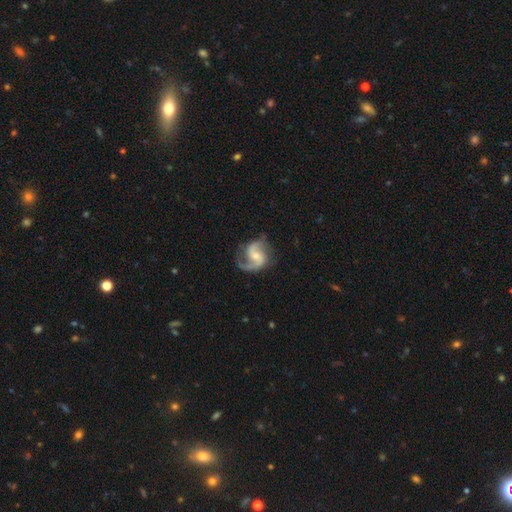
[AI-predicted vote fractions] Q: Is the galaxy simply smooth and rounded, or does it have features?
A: featured or disk — 88%.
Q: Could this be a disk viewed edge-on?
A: no — 98%.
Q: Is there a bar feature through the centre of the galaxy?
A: weak — 44%.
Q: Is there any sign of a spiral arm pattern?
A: yes — 97%.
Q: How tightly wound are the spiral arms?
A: medium — 52%.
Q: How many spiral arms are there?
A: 2 — 84%.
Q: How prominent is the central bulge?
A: small — 51%.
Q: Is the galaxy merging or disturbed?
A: none — 69%.